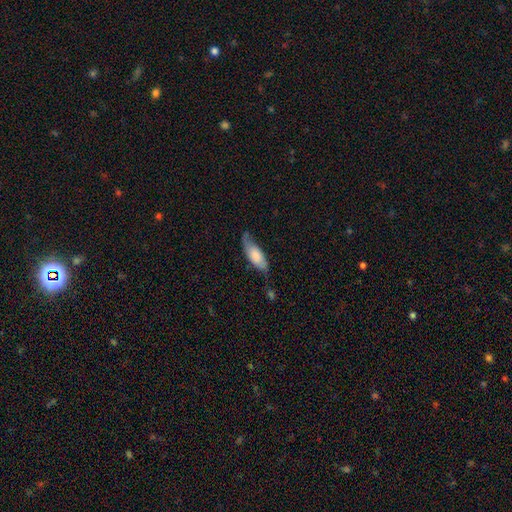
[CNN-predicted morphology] The model was most divided on "merging": none: 49%, minor disturbance: 36%, major disturbance: 12%, merger: 3%. More confident: how rounded — in between (72%); smooth or featured — smooth (67%).